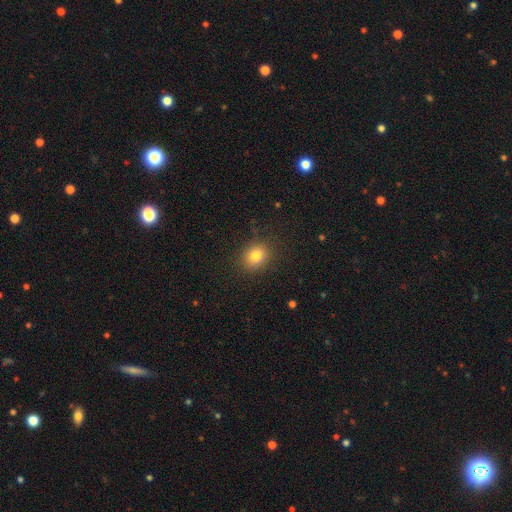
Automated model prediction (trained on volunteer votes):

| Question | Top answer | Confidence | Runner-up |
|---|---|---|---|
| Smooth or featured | smooth | 80% | star or artifact (11%) |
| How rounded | round | 61% | in between (38%) |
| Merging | none | 83% | minor disturbance (12%) |